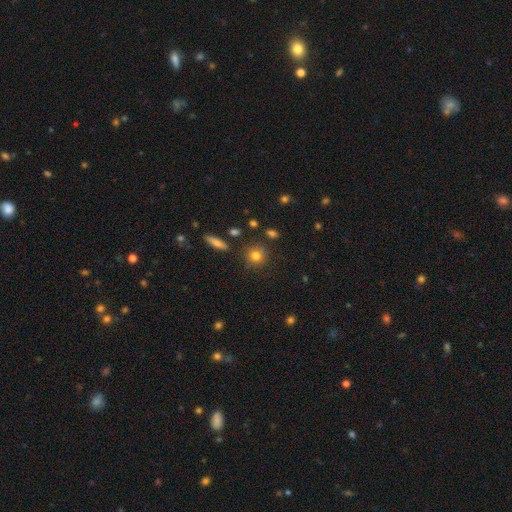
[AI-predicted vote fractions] A smooth galaxy with no disk features (79%) that is round (87%). Merging: none (83%).